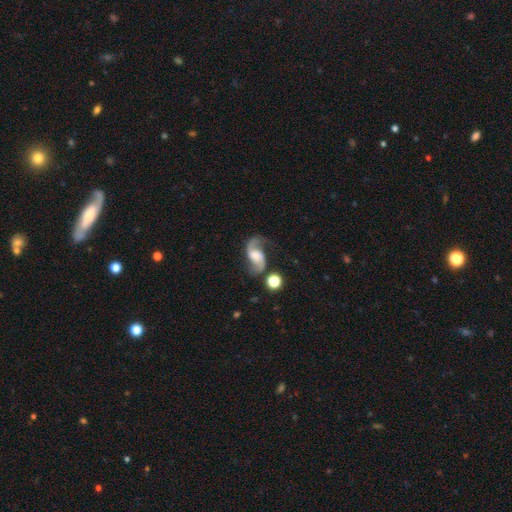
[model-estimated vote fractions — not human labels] smooth-or-featured: featured or disk: 84% | smooth: 10% | star or artifact: 6%
  disk-edge-on: no: 97% | yes: 3%
    bar: no: 46% | weak: 40% | strong: 14%
    has-spiral-arms: yes: 96% | no: 4%
      spiral-winding: loose: 63% | medium: 31% | tight: 6%
      spiral-arm-count: 2: 90% | 1: 4% | can't tell: 2% | 3: 1% | 4: 1% | more than 4: 1%
    bulge-size: moderate: 39% | small: 27% | large: 17% | none: 14% | dominant: 3%
  merging: none: 64% | minor disturbance: 17% | major disturbance: 13% | merger: 6%